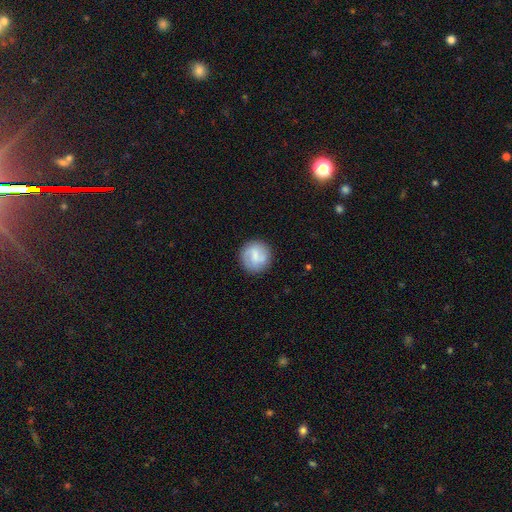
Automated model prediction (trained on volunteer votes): This is possibly a smooth galaxy (58%). How rounded: clearly round (92%). Merging: clearly none (85%).